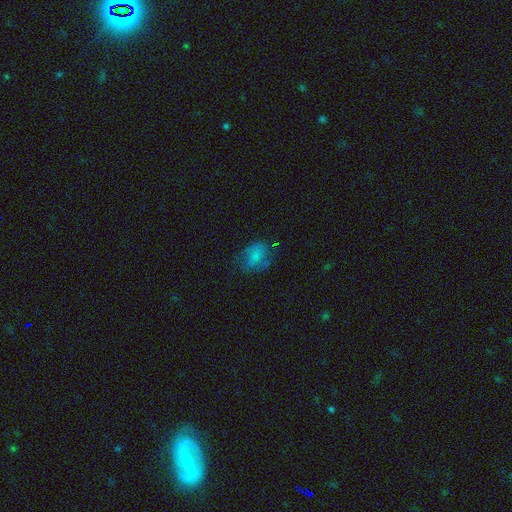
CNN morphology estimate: smooth-or-featured: smooth: 67% | featured or disk: 23% | star or artifact: 11%
  how-rounded: in between: 70% | round: 29% | cigar-shaped: 1%
  merging: none: 57% | minor disturbance: 26% | major disturbance: 15% | merger: 2%